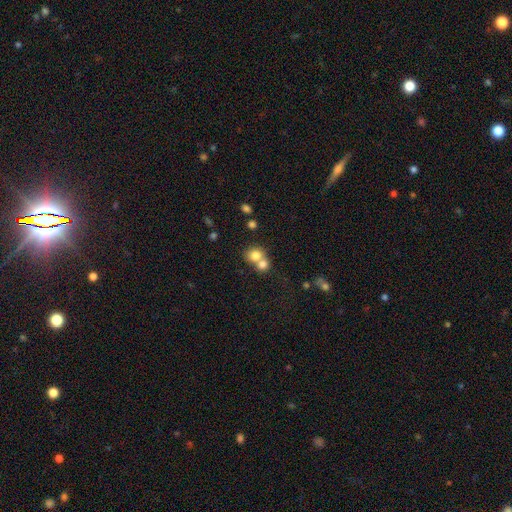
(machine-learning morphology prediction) smooth_or_featured: smooth (p=0.78) [alt: featured or disk p=0.12]
how_rounded: round (p=0.75) [alt: in between p=0.24]
merging: merger (p=0.59) [alt: none p=0.33]